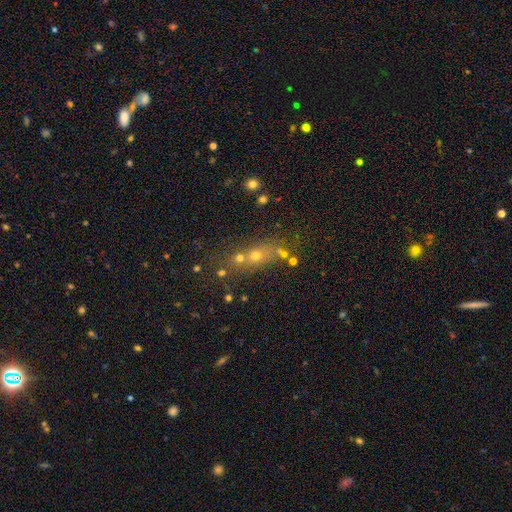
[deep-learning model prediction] A smooth galaxy with no disk features (40%). Merging: none (50%).